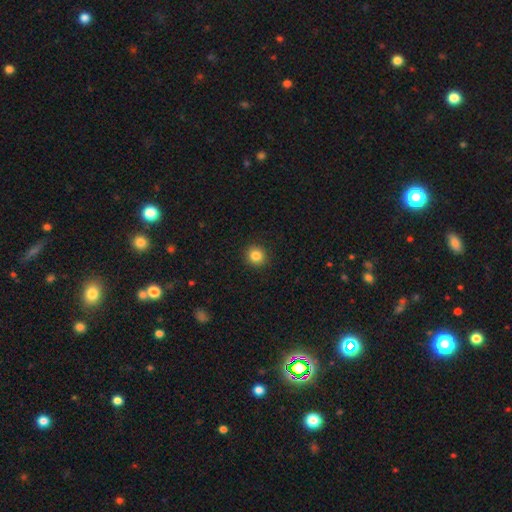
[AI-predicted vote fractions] Smooth or featured?
  - smooth: 84% *
  - star or artifact: 11%
  - featured or disk: 5%
How rounded?
  - round: 92% *
  - in between: 7%
  - cigar-shaped: 1%
Merging?
  - none: 92% *
  - minor disturbance: 5%
  - major disturbance: 2%
  - merger: 1%